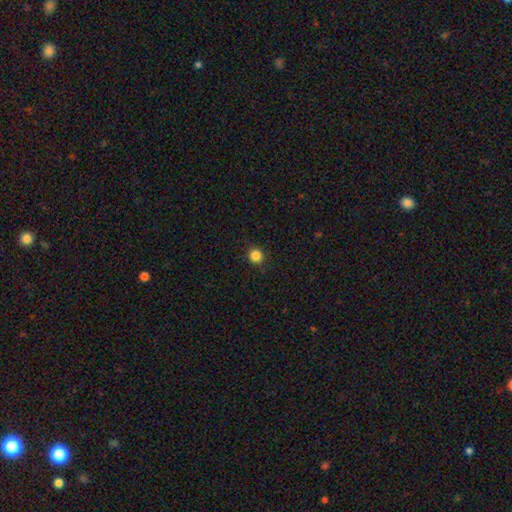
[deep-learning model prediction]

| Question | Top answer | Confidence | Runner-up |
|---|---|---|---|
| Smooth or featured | smooth | 86% | star or artifact (11%) |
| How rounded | round | 93% | in between (6%) |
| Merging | none | 91% | minor disturbance (6%) |